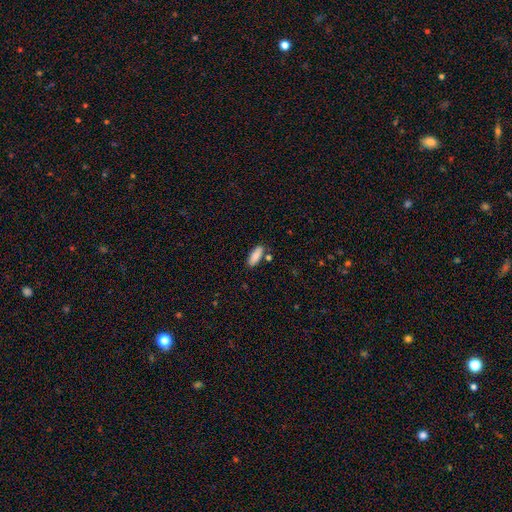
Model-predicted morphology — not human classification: A smooth galaxy with no disk features (84%) that is in between round and cigar-shaped (72%). Merging: none (80%).